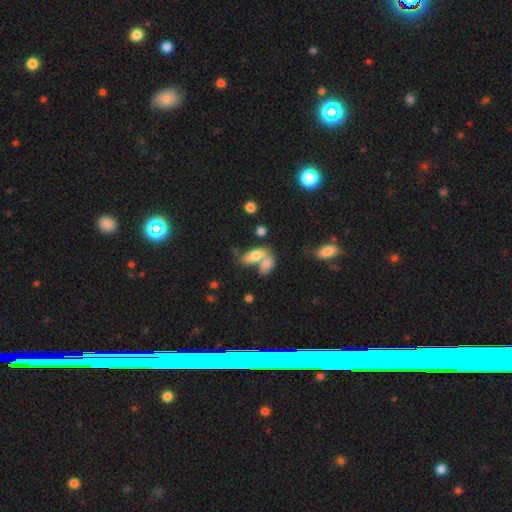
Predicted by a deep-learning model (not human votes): smooth 68%, featured or disk 22%, star or artifact 9%. Down the decision tree: how rounded — in between (81%); merging — merger (54%).